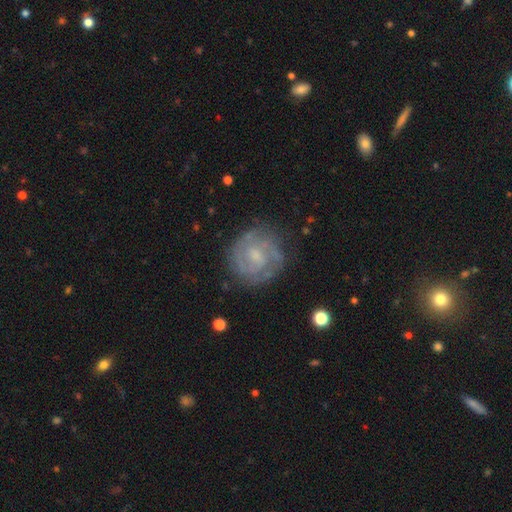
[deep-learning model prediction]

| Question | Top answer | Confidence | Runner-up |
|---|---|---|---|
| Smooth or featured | featured or disk | 77% | smooth (17%) |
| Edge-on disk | no | 98% | yes (2%) |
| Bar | no | 47% | weak (45%) |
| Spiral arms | yes | 89% | no (11%) |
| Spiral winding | tight | 60% | medium (32%) |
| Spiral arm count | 2 | 49% | can't tell (28%) |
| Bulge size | small | 48% | moderate (33%) |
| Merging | none | 76% | minor disturbance (16%) |